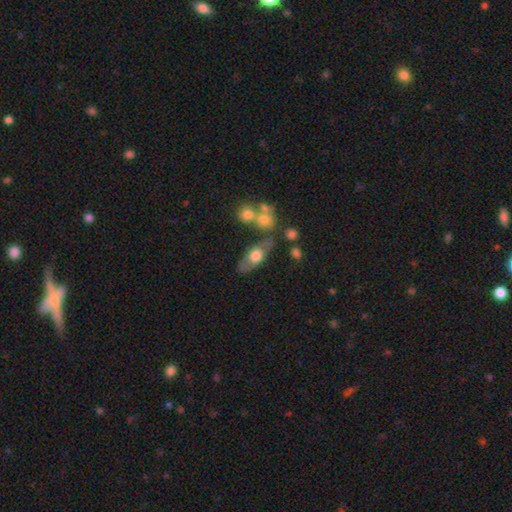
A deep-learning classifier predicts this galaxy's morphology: smooth-or-featured: smooth: 55% | featured or disk: 38% | star or artifact: 7%
  how-rounded: in between: 76% | cigar-shaped: 16% | round: 8%
  merging: none: 63% | minor disturbance: 17% | merger: 13% | major disturbance: 7%